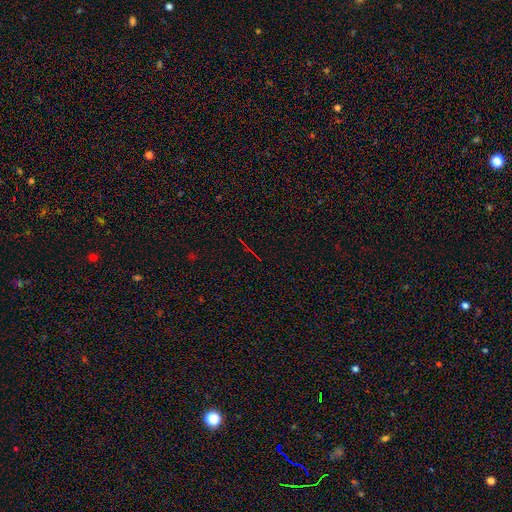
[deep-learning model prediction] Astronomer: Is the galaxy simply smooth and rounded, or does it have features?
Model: star or artifact — 75%.